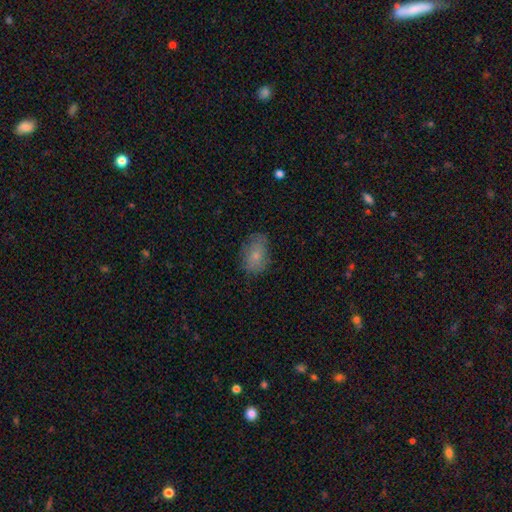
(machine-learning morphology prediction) This appears to be a smooth galaxy with no disk features (75%) that is in between round and cigar-shaped (85%). Merging: none (71%).